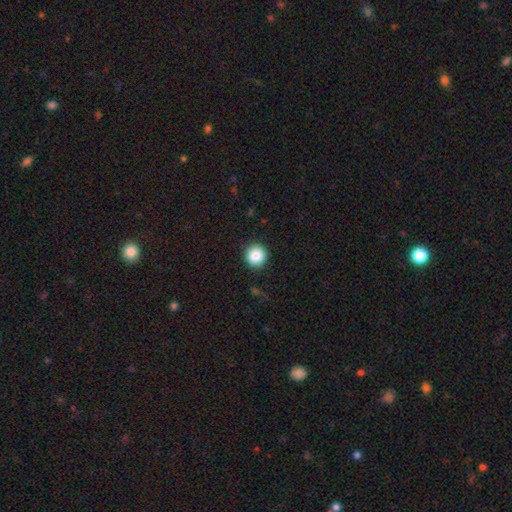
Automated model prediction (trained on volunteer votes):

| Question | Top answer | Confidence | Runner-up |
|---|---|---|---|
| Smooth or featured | smooth | 87% | star or artifact (9%) |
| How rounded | round | 95% | in between (4%) |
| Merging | none | 91% | minor disturbance (6%) |